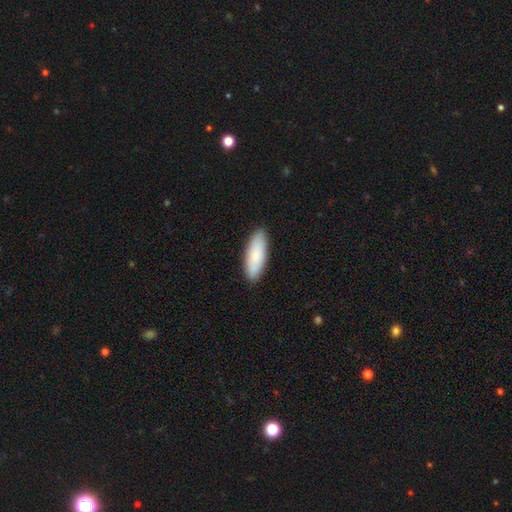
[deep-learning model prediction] Smooth or featured? smooth (83%)
How rounded? in between (66%)
Merging? none (89%)